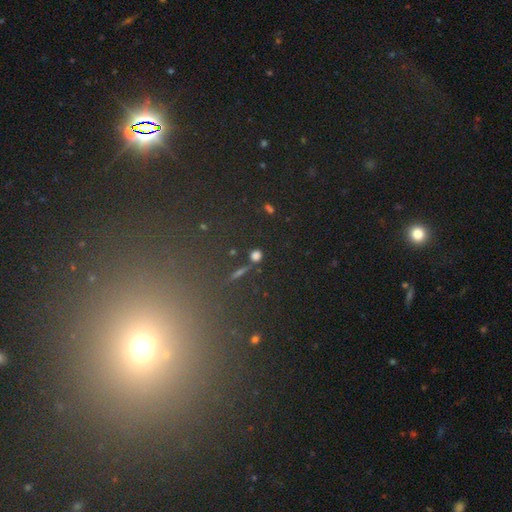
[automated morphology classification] A smooth galaxy with no disk features (64%) that is round (76%). Merging: none (82%).